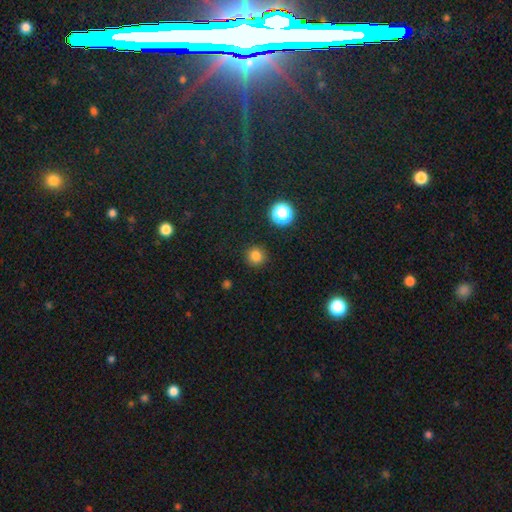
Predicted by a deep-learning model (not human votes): Smooth or featured: smooth — 81% (star or artifact — 15%)
How rounded: round — 94% (in between — 5%)
Merging: none — 90% (minor disturbance — 6%)